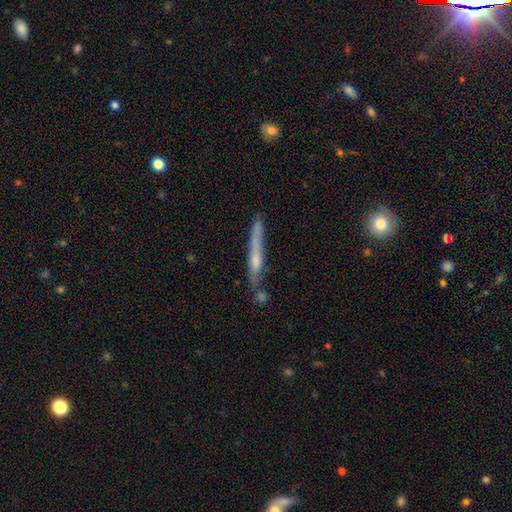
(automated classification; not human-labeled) A featured or disk galaxy (53%) viewed edge-on (92%). Merging: none (67%).